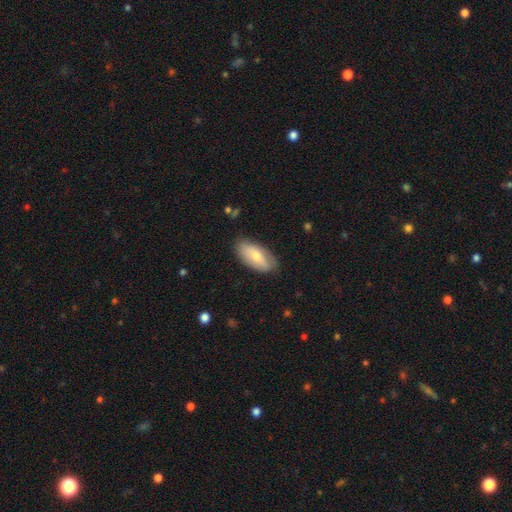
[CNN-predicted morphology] Smooth or featured?
  - smooth: 60% *
  - featured or disk: 33%
  - star or artifact: 6%
How rounded?
  - in between: 91% *
  - cigar-shaped: 6%
  - round: 3%
Merging?
  - none: 79% *
  - minor disturbance: 17%
  - major disturbance: 4%
  - merger: 1%